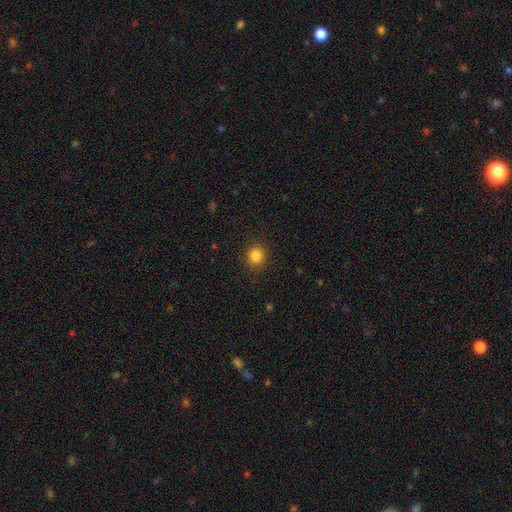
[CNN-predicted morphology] type=smooth (84%); roundness=round (89%); merging=none (90%).